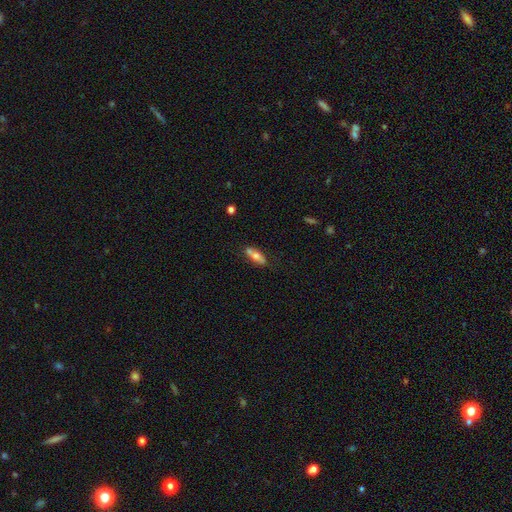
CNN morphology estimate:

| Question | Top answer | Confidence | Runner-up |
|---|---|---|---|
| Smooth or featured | smooth | 61% | featured or disk (31%) |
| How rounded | in between | 67% | cigar-shaped (29%) |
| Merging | none | 53% | merger (24%) |